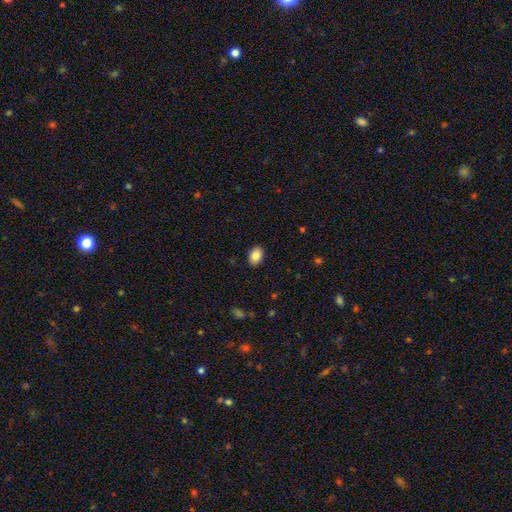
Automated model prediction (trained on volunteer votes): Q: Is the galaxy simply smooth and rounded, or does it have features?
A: smooth — 85%.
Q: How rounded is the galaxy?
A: in between — 74%.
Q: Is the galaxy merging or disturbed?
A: none — 90%.